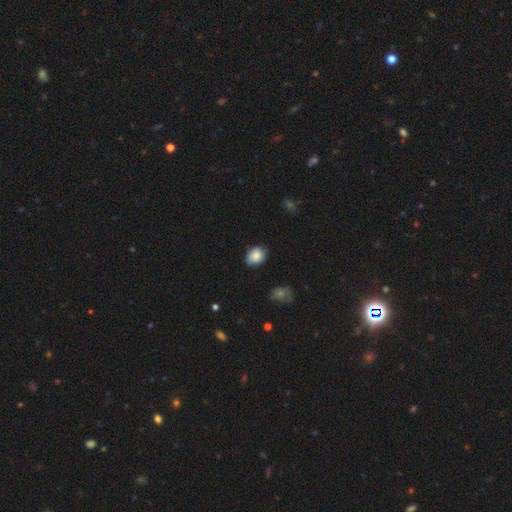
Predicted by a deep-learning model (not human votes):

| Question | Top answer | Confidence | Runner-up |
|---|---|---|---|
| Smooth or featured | smooth | 80% | featured or disk (12%) |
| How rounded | in between | 54% | round (45%) |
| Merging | none | 70% | minor disturbance (25%) |